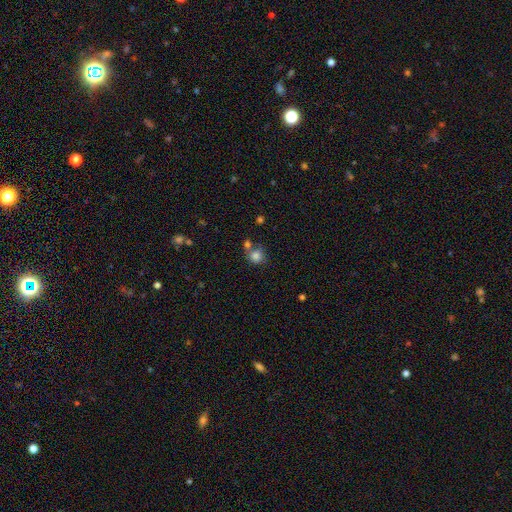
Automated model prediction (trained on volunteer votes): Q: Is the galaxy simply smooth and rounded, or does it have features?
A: smooth — 82%.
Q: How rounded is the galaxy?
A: round — 85%.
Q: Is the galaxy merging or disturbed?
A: none — 55%.